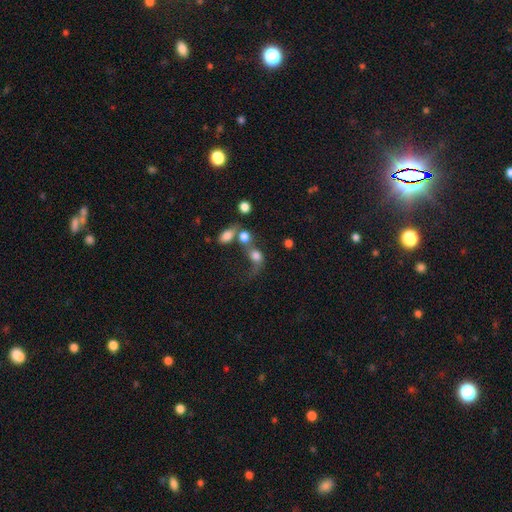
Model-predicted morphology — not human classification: Overall: smooth (67%). How rounded: round (51%; in between 46%). Merging: merger (41%; major disturbance 26%).